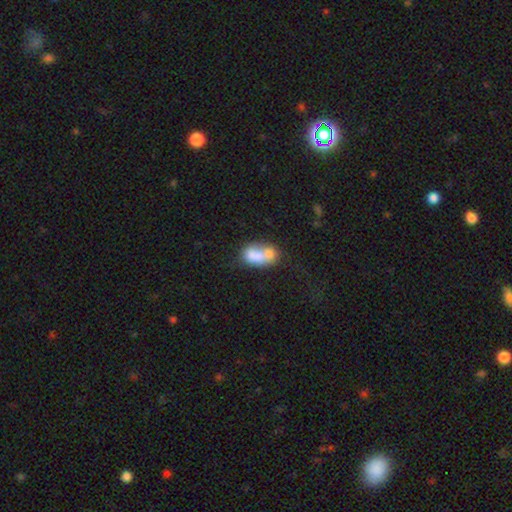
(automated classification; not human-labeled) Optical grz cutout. It shows a smooth galaxy with no disk features (64%) that is in between round and cigar-shaped (82%). Merging: merger (62%).